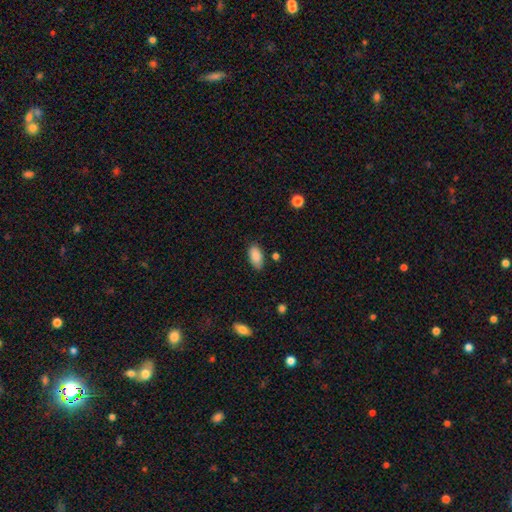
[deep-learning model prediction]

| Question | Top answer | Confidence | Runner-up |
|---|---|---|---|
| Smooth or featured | smooth | 89% | star or artifact (7%) |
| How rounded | in between | 93% | cigar-shaped (5%) |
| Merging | none | 80% | minor disturbance (15%) |